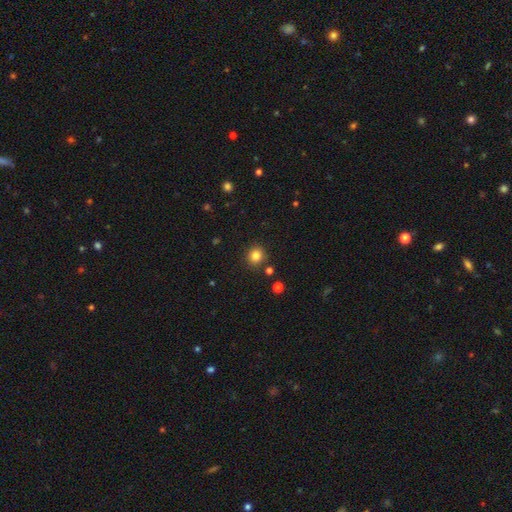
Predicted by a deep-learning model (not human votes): smooth-or-featured: smooth: 82% | star or artifact: 13% | featured or disk: 6%
  how-rounded: round: 87% | in between: 12% | cigar-shaped: 1%
  merging: none: 86% | minor disturbance: 8% | merger: 4% | major disturbance: 2%